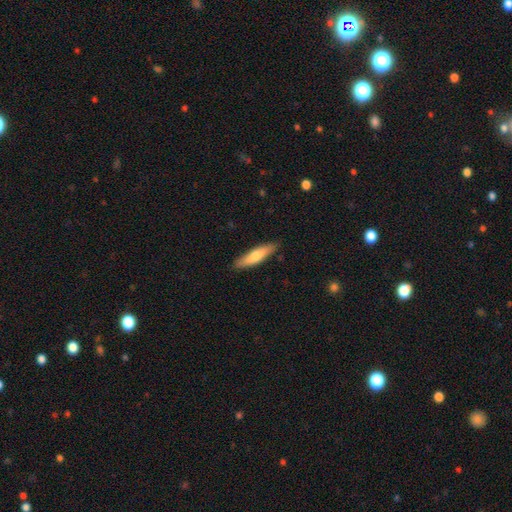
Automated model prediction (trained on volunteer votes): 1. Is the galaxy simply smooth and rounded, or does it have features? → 69% smooth, 26% featured or disk, 5% star or artifact.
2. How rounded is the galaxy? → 71% cigar-shaped, 27% in between, 2% round.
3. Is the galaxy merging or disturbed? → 87% none, 10% minor disturbance, 2% major disturbance, 1% merger.